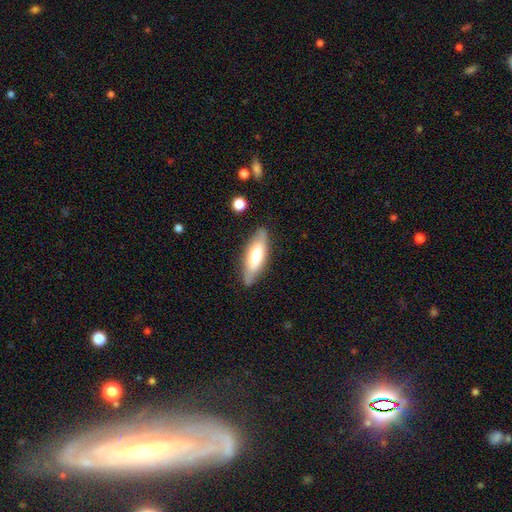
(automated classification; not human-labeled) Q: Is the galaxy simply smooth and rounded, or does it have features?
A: smooth — 63%.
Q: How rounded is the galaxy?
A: in between — 53%.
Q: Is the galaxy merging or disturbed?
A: none — 81%.